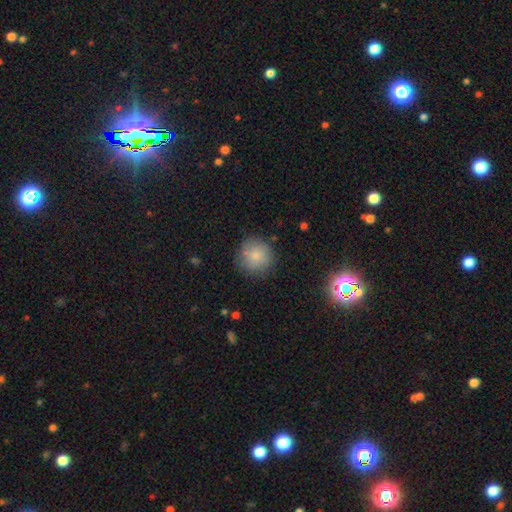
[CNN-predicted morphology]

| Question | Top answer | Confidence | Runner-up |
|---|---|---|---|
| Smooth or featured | smooth | 82% | star or artifact (9%) |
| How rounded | round | 94% | in between (5%) |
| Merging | none | 81% | minor disturbance (11%) |